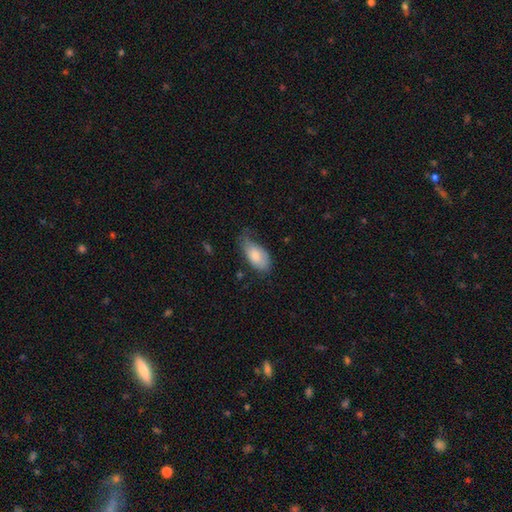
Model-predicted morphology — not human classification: This is likely a smooth galaxy (77%). How rounded: clearly in between (94%). Merging: marginally minor disturbance (43%).